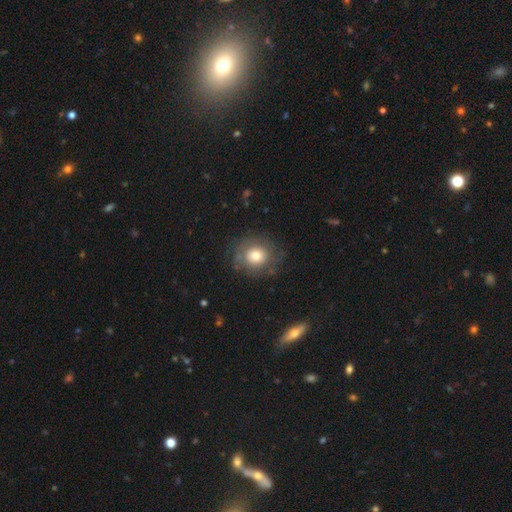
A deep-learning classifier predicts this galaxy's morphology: Smooth or featured? Predicted: smooth (p=0.71). How rounded? Predicted: round (p=0.81). Merging? Predicted: none (p=0.77).